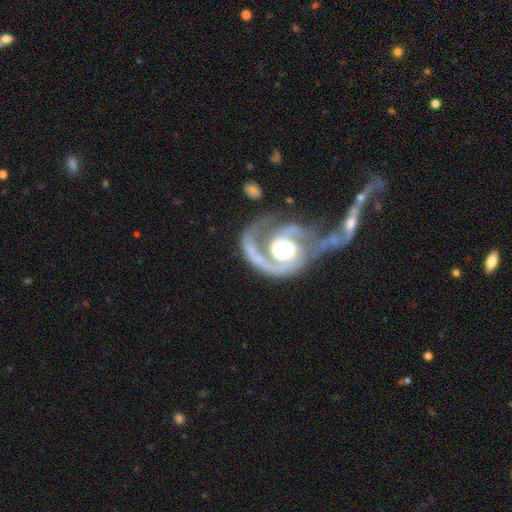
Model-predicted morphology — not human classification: The model was most divided on "spiral arm count": 2: 43%, 1: 41%, can't tell: 7%, 3: 4%, 4: 2%, more than 4: 2%. Remaining: edge-on disk — no (98%); spiral arms — yes (95%); smooth or featured — featured or disk (90%); bar — no (52%); bulge size — moderate (48%); spiral winding — tight (47%); merging — merger (45%).